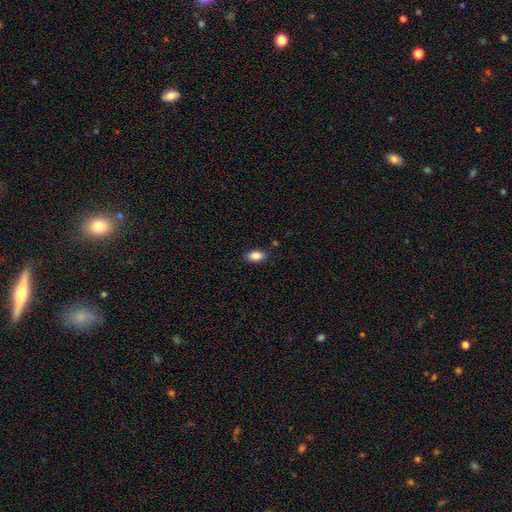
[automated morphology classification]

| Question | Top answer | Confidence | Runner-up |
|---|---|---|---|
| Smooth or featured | smooth | 87% | star or artifact (8%) |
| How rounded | in between | 90% | round (8%) |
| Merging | none | 84% | minor disturbance (11%) |